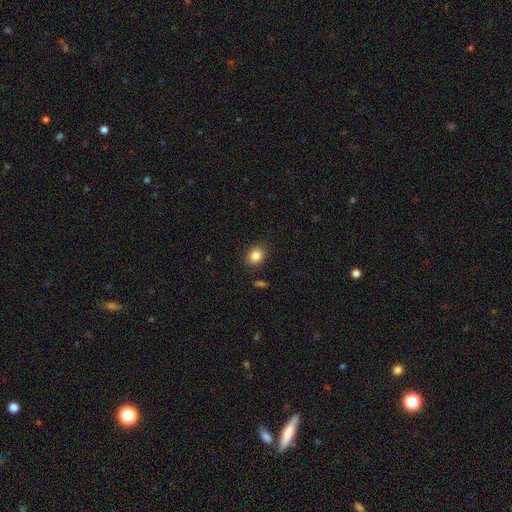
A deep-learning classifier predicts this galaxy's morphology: This is clearly a smooth galaxy (84%). How rounded: possibly round (59%). Merging: clearly none (87%).